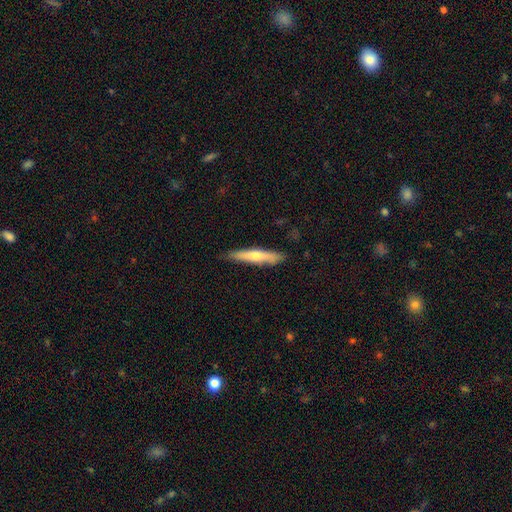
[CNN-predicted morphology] smooth 58%, featured or disk 36%, star or artifact 6%. Down the decision tree: how rounded — cigar-shaped (89%); merging — none (84%).